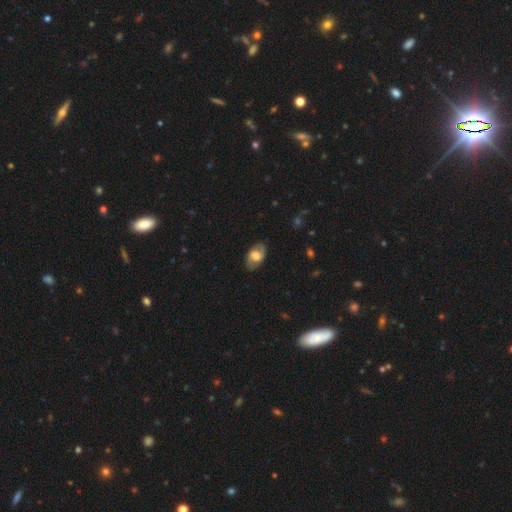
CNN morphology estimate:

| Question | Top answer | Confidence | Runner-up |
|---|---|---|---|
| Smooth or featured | smooth | 47% | featured or disk (46%) |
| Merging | none | 82% | minor disturbance (13%) |